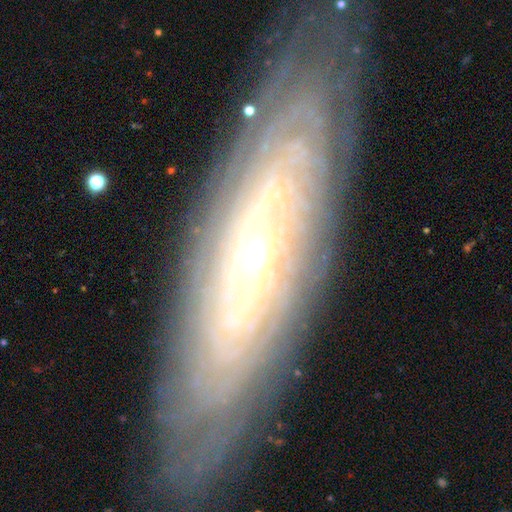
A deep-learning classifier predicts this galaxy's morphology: This appears to be a featured or disk galaxy (84%) with no bar (60%), tight (82%) spiral arms (88%) and a small central bulge (59%). Merging: none (83%).